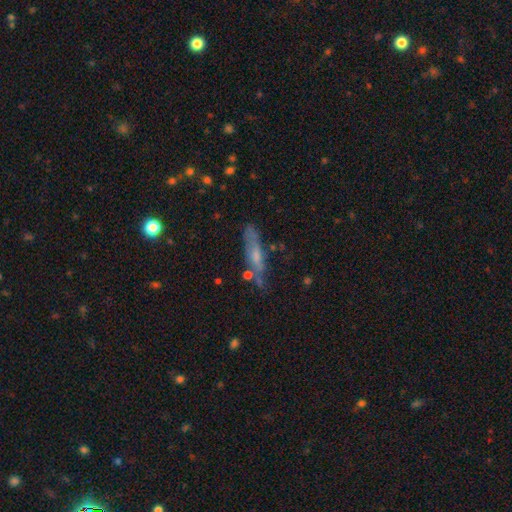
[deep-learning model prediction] The model was most divided on "smooth or featured": smooth: 46%, featured or disk: 44%, star or artifact: 10%. More confident: merging — none (62%).